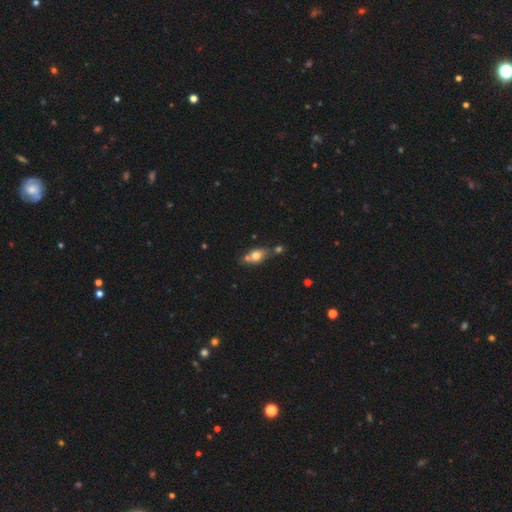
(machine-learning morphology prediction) Smooth or featured: smooth — 68% (featured or disk — 21%)
How rounded: in between — 63% (round — 28%)
Merging: none — 48% (merger — 33%)